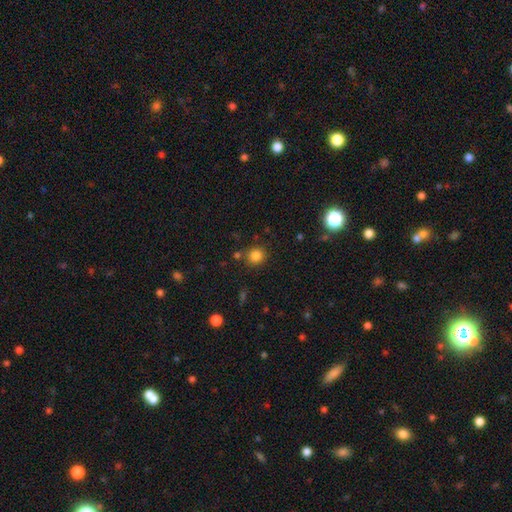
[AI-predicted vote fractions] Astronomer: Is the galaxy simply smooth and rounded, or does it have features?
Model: smooth — 83%.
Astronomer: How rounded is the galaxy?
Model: round — 88%.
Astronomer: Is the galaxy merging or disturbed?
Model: none — 81%.